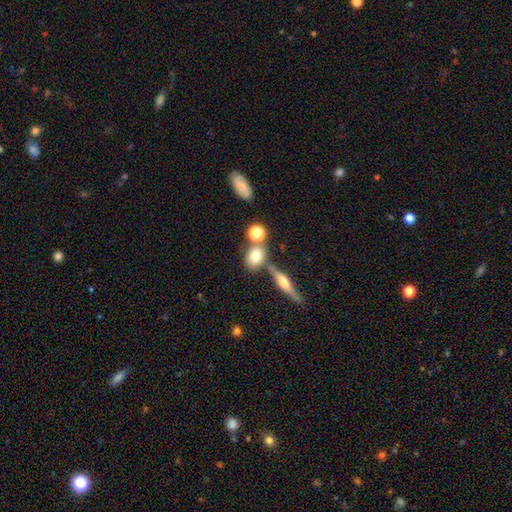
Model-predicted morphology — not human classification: A smooth galaxy with no disk features (72%) that is in between round and cigar-shaped (51%).

Vote fractions:
- Smooth or featured? smooth: 72% / featured or disk: 17% / star or artifact: 11%
- How rounded? in between: 51% / round: 45% / cigar-shaped: 4%
- Merging? none: 57% / merger: 27% / minor disturbance: 12% / major disturbance: 5%